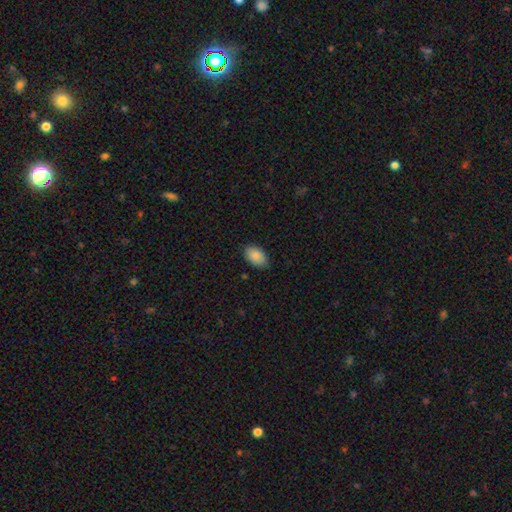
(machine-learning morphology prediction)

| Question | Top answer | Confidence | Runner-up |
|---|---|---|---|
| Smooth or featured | smooth | 87% | star or artifact (7%) |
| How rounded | in between | 92% | round (7%) |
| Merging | none | 80% | minor disturbance (16%) |